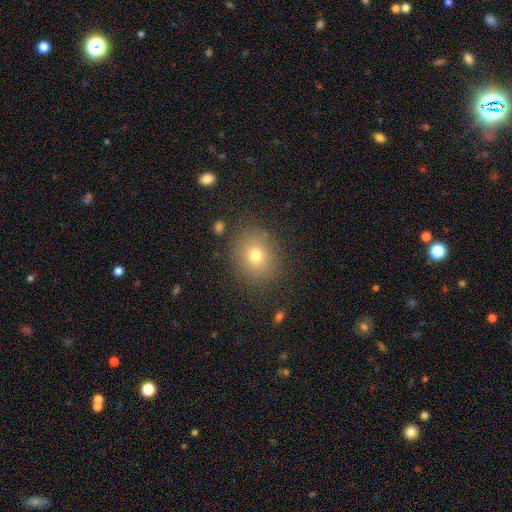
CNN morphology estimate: A smooth galaxy with no disk features (73%) that is round (66%). Merging: none (85%).